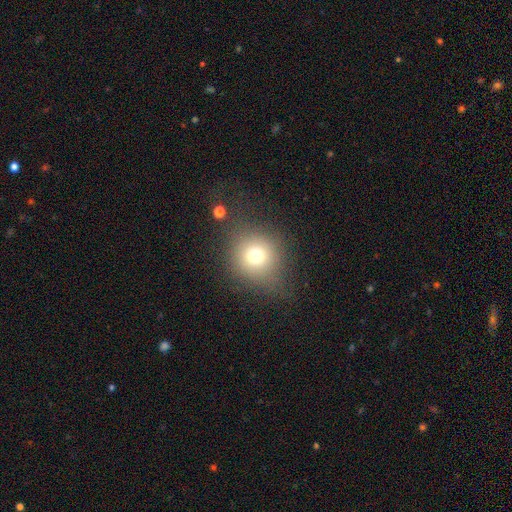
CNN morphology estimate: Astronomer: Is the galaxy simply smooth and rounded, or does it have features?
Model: smooth — 71%.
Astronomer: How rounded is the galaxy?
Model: round — 88%.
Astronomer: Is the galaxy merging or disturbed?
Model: none — 71%.